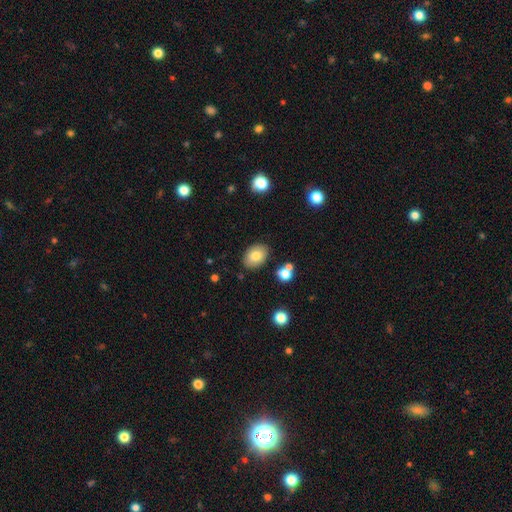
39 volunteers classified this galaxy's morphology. This appears to be a smooth galaxy with no disk features (79%) that is in between round and cigar-shaped (84%). Merging: none (84%).